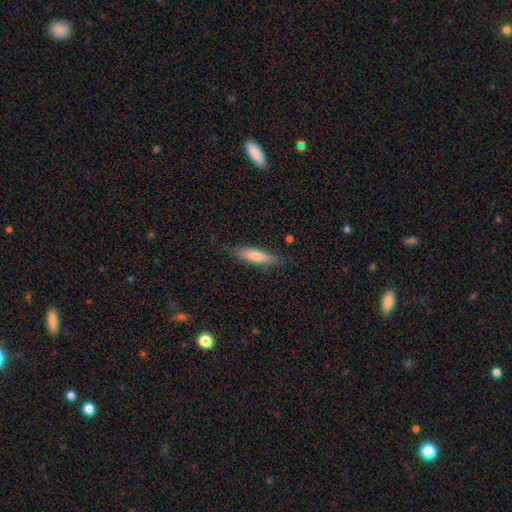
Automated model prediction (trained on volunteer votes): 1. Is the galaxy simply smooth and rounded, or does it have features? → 70% smooth, 24% featured or disk, 6% star or artifact.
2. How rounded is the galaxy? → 71% cigar-shaped, 27% in between, 2% round.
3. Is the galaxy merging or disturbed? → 81% none, 15% minor disturbance, 3% major disturbance, 1% merger.